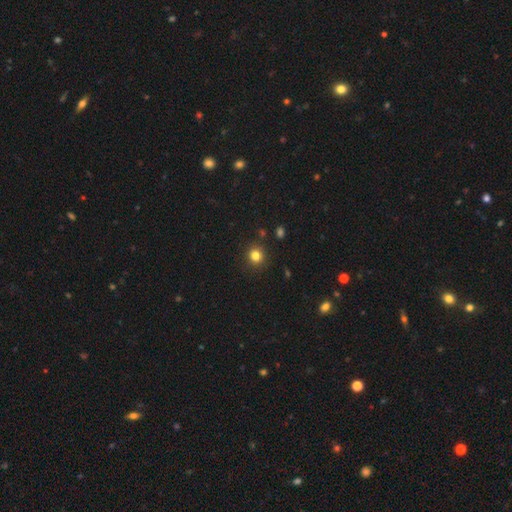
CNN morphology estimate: Q: Smooth or featured?
A: smooth (81%); runner-up: star or artifact (13%)
Q: How rounded?
A: round (90%); runner-up: in between (9%)
Q: Merging?
A: none (90%); runner-up: minor disturbance (6%)